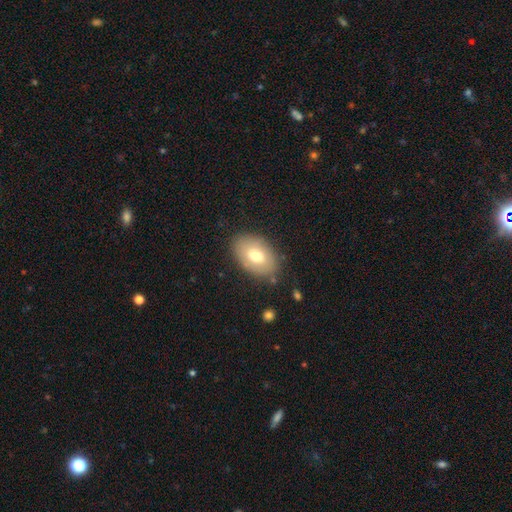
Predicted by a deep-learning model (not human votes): Smooth or featured? Predicted: smooth (p=0.69). How rounded? Predicted: in between (p=0.89). Merging? Predicted: none (p=0.82).